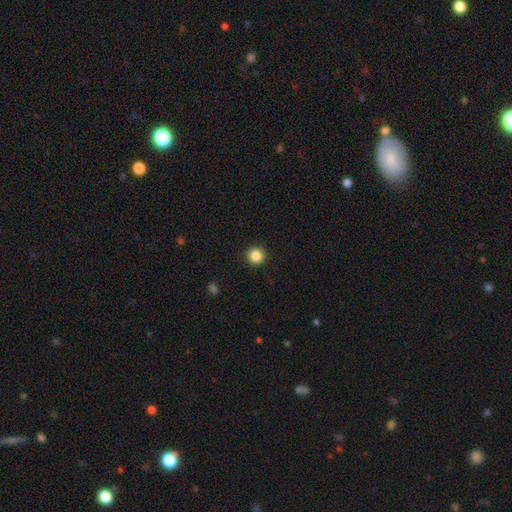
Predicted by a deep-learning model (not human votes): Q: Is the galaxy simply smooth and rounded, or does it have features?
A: smooth — 86%.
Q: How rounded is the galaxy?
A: round — 95%.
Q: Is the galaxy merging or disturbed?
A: none — 93%.